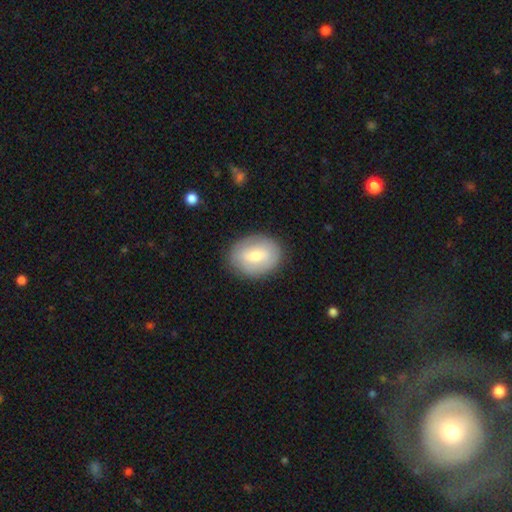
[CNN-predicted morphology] This is possibly a smooth galaxy (55%). How rounded: possibly in between (58%). Merging: clearly none (84%).